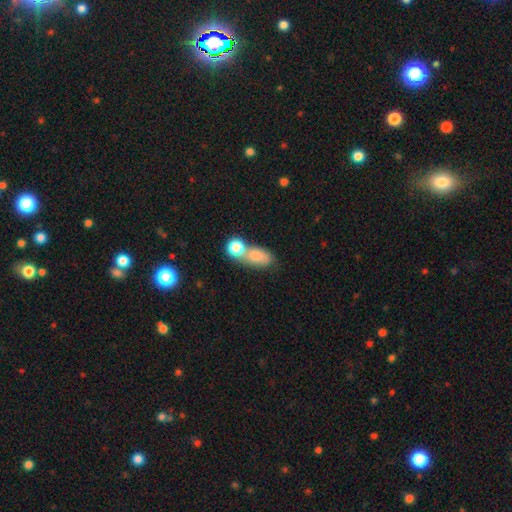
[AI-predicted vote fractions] The model was most divided on "merging": merger: 48%, none: 30%, minor disturbance: 13%, major disturbance: 10%. More confident: how rounded — in between (74%); smooth or featured — smooth (73%).